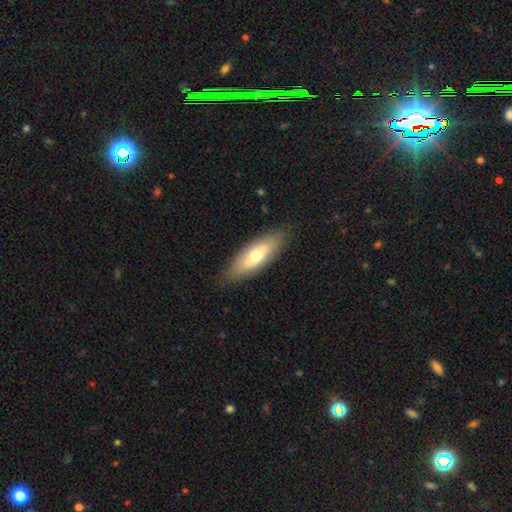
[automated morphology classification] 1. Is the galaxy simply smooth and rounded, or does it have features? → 62% smooth, 33% featured or disk, 6% star or artifact.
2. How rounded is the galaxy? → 64% in between, 34% cigar-shaped, 2% round.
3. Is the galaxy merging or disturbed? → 84% none, 12% minor disturbance, 3% major disturbance, 1% merger.